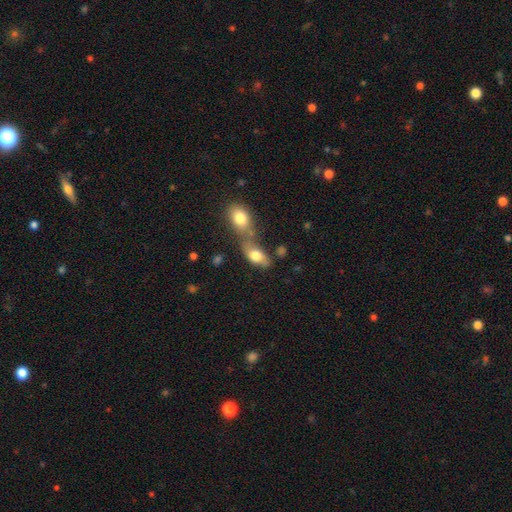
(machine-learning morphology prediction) Smooth or featured?
  - smooth: 75% *
  - featured or disk: 16%
  - star or artifact: 8%
How rounded?
  - in between: 84% *
  - round: 11%
  - cigar-shaped: 5%
Merging?
  - merger: 59% *
  - none: 23%
  - minor disturbance: 11%
  - major disturbance: 8%